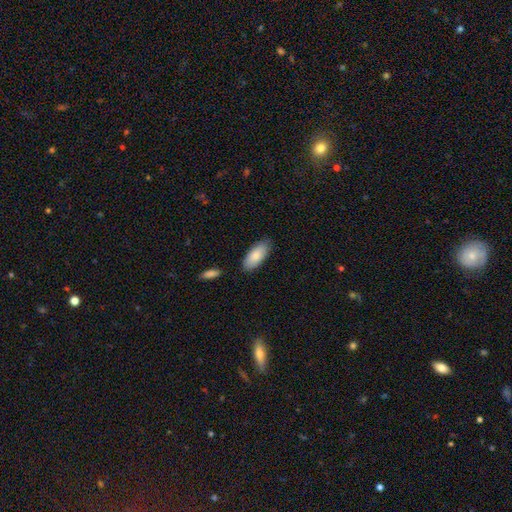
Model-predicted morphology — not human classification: Smooth or featured? Predicted: smooth (p=0.83). How rounded? Predicted: in between (p=0.87). Merging? Predicted: none (p=0.81).